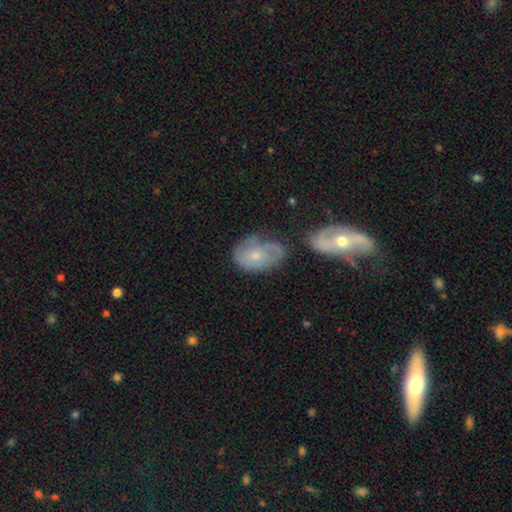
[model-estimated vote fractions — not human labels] Smooth or featured: featured or disk — 49% (smooth — 43%)
Merging: none — 37% (minor disturbance — 29%)